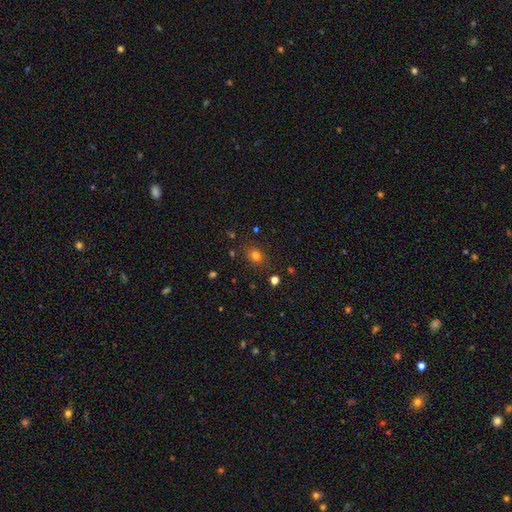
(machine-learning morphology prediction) smooth-or-featured: smooth: 74% | star or artifact: 19% | featured or disk: 7%
  how-rounded: round: 67% | in between: 32% | cigar-shaped: 1%
  merging: none: 83% | minor disturbance: 11% | major disturbance: 3% | merger: 3%